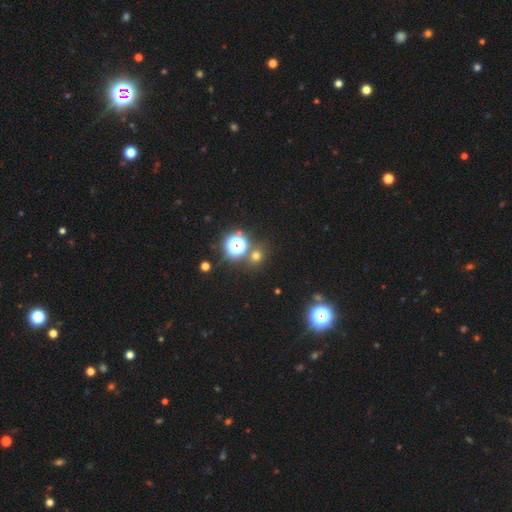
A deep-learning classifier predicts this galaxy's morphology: Smooth or featured: smooth — 60% (star or artifact — 34%)
How rounded: round — 86% (in between — 13%)
Merging: none — 80% (merger — 8%)